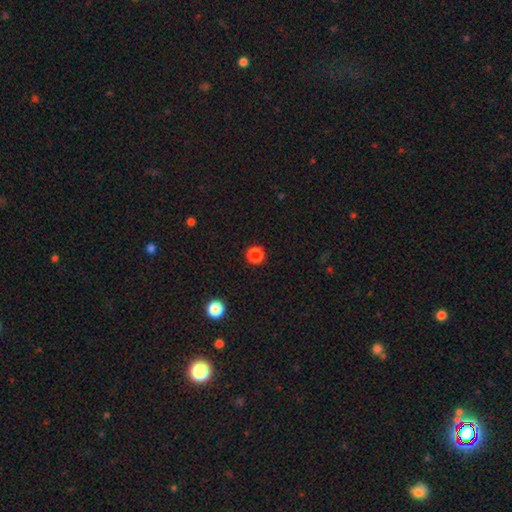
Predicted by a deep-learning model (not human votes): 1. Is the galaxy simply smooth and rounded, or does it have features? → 70% smooth, 26% star or artifact, 4% featured or disk.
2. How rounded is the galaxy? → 91% round, 7% in between, 1% cigar-shaped.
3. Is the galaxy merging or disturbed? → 88% none, 6% minor disturbance, 3% merger, 3% major disturbance.